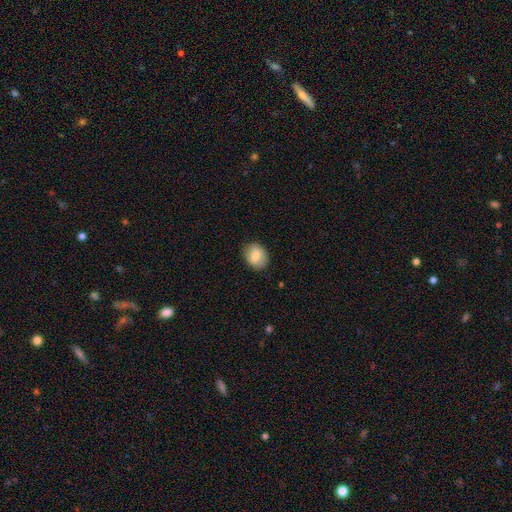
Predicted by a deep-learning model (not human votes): The model was most divided on "how rounded": in between: 58%, round: 41%, cigar-shaped: 1%. More confident: merging — none (83%); smooth or featured — smooth (77%).